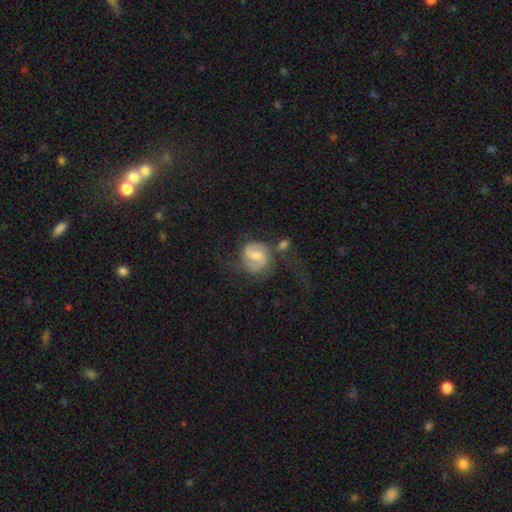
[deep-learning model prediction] Morphology: type=featured or disk (68%); edge-on=no (98%); bar=weak (57%); spiral arms=yes (90%); winding=medium (46%); arm count=2 (82%); bulge=moderate (41%); merging=none (44%).